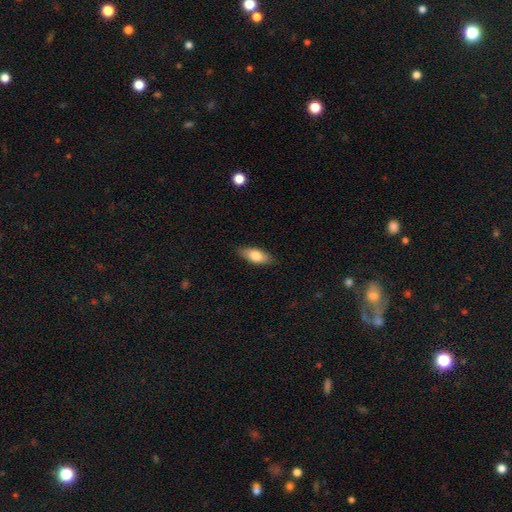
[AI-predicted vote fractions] A smooth galaxy with no disk features (77%) that is in between round and cigar-shaped (80%). Merging: none (86%).